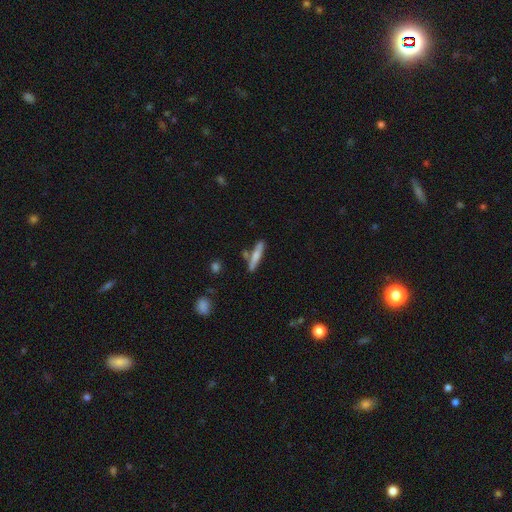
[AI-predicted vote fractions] The model was most divided on "smooth or featured": smooth: 67%, featured or disk: 27%, star or artifact: 6%. More confident: how rounded — cigar-shaped (88%); merging — none (75%).